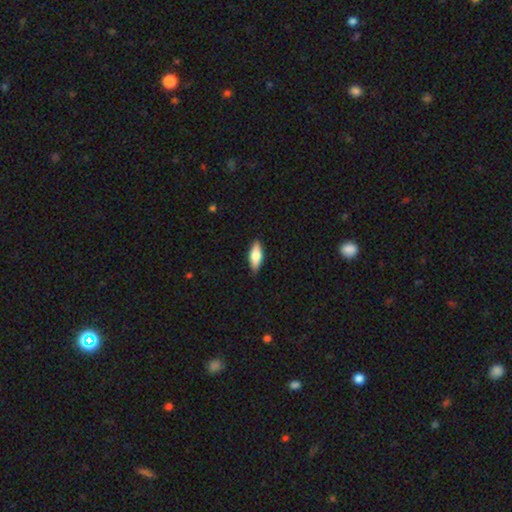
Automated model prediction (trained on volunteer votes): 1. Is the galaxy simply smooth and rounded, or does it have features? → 70% smooth, 24% featured or disk, 6% star or artifact.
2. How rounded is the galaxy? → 71% in between, 27% cigar-shaped, 2% round.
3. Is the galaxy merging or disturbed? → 86% none, 11% minor disturbance, 2% major disturbance, 1% merger.